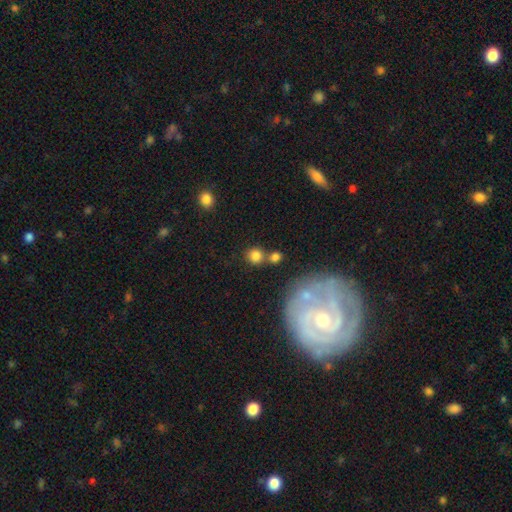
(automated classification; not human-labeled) Smooth or featured: smooth — 80% (star or artifact — 12%)
How rounded: round — 86% (in between — 13%)
Merging: none — 62% (merger — 23%)